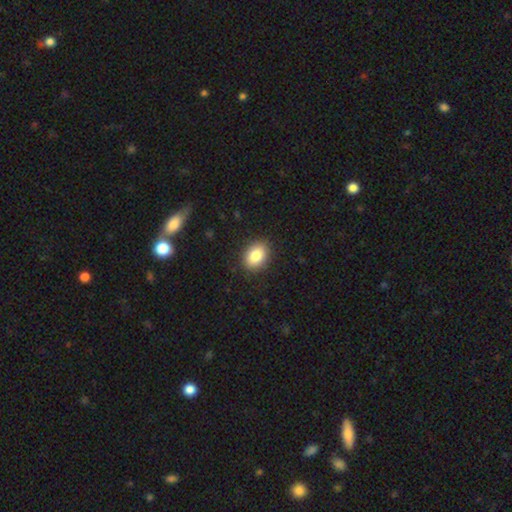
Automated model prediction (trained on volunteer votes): Smooth or featured: smooth — 86% (star or artifact — 8%)
How rounded: in between — 75% (round — 24%)
Merging: none — 89% (minor disturbance — 8%)